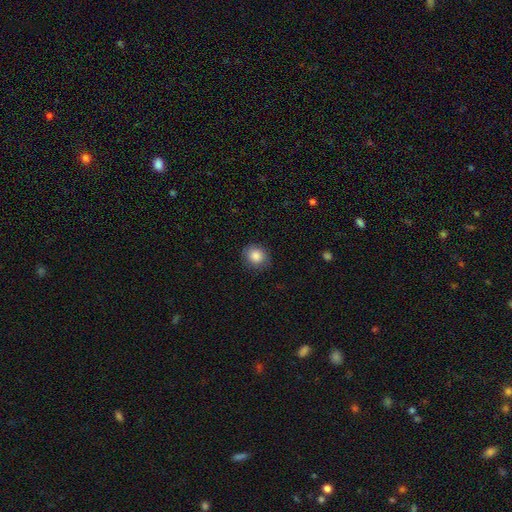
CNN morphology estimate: Q: Smooth or featured?
A: smooth (86%); runner-up: star or artifact (9%)
Q: How rounded?
A: round (77%); runner-up: in between (22%)
Q: Merging?
A: none (84%); runner-up: minor disturbance (12%)